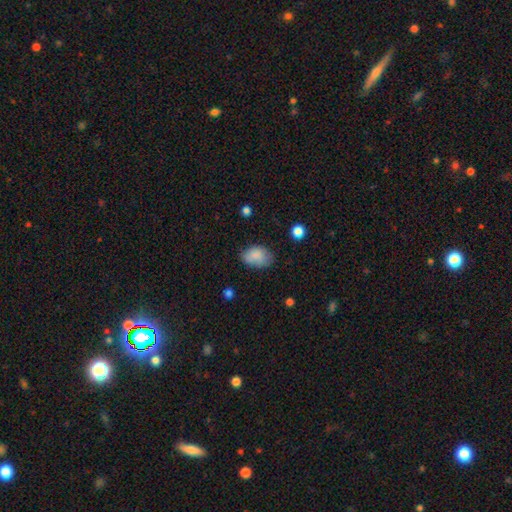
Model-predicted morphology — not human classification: type=smooth (83%); roundness=in between (86%); merging=none (64%).